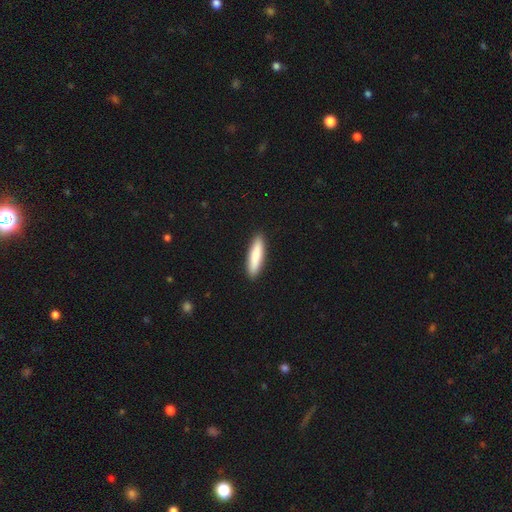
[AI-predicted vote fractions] Overall: smooth (84%). How rounded: cigar-shaped (77%). Merging: none (92%).